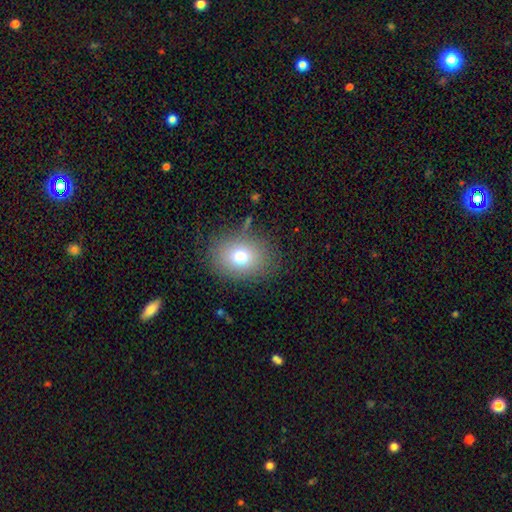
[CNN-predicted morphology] type=smooth (73%); roundness=in between (54%); merging=none (86%).